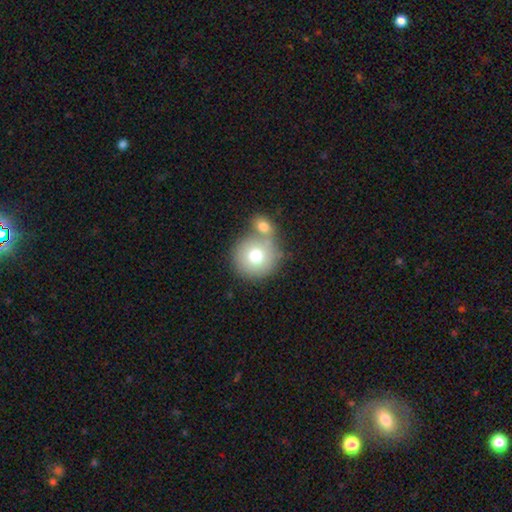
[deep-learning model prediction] The model was most divided on "merging": none: 52%, merger: 34%, minor disturbance: 10%, major disturbance: 4%. More confident: how rounded — round (92%); smooth or featured — smooth (72%).